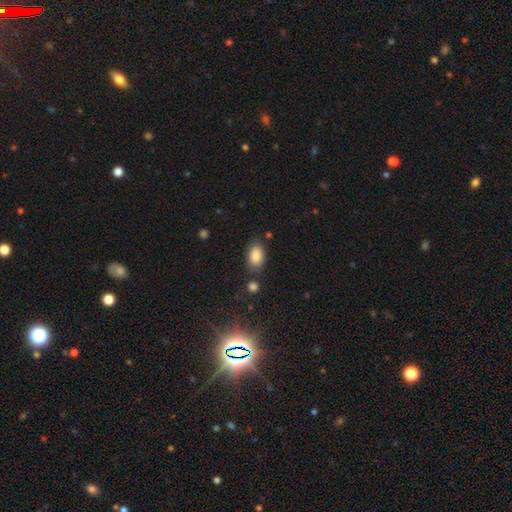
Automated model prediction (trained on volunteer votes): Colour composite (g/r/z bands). It shows a smooth galaxy with no disk features (87%) that is in between round and cigar-shaped (91%). Merging: none (77%).